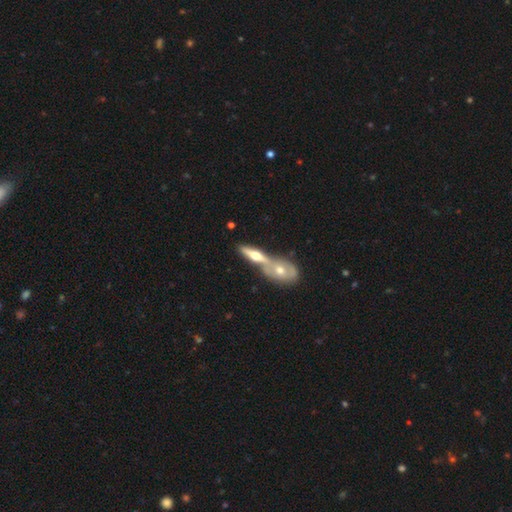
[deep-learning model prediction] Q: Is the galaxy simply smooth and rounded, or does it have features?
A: featured or disk — 55%.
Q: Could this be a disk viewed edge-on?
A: yes — 79%.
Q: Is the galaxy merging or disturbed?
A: merger — 59%.